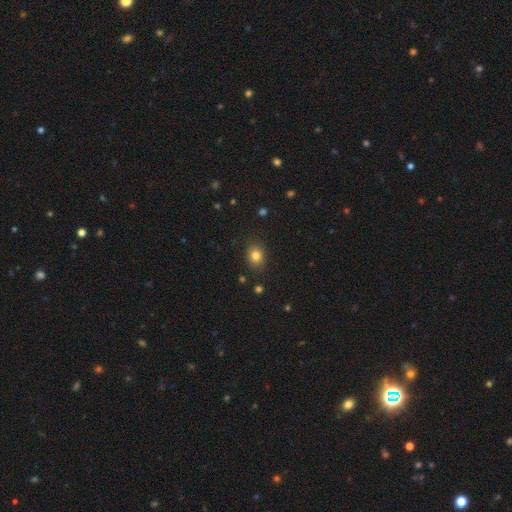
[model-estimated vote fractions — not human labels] Morphology: type=smooth (81%); roundness=round (57%); merging=none (86%).